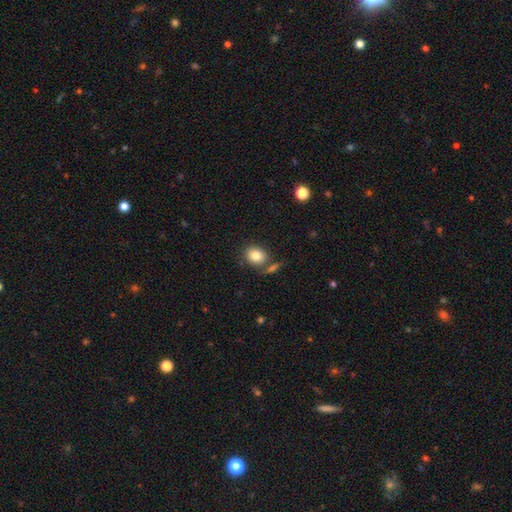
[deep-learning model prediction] smooth 82%, star or artifact 9%, featured or disk 9%. Down the decision tree: how rounded — round (60%); merging — none (67%).